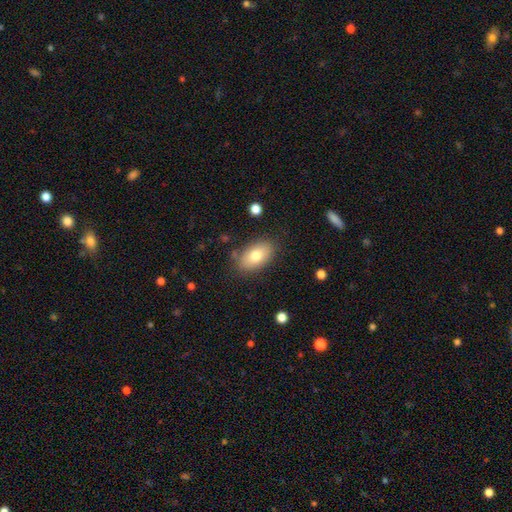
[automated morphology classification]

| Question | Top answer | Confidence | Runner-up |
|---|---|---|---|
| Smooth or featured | smooth | 77% | featured or disk (16%) |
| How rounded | in between | 92% | round (6%) |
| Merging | none | 81% | minor disturbance (13%) |